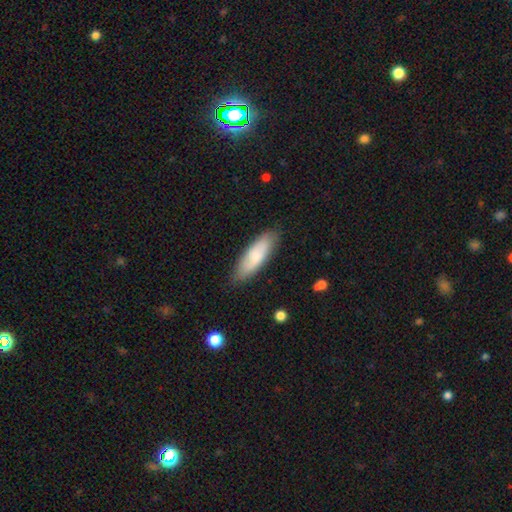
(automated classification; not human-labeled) This appears to be a smooth galaxy with no disk features (71%) that is in between round and cigar-shaped (53%). Merging: none (84%).